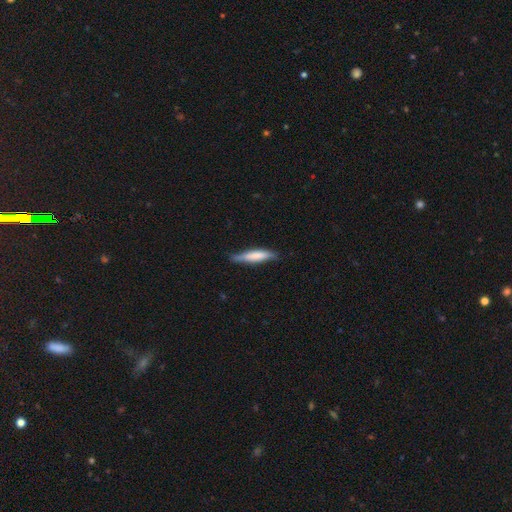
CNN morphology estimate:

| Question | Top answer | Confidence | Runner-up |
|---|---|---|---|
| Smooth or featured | smooth | 68% | featured or disk (26%) |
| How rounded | cigar-shaped | 84% | in between (15%) |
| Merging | none | 69% | minor disturbance (25%) |